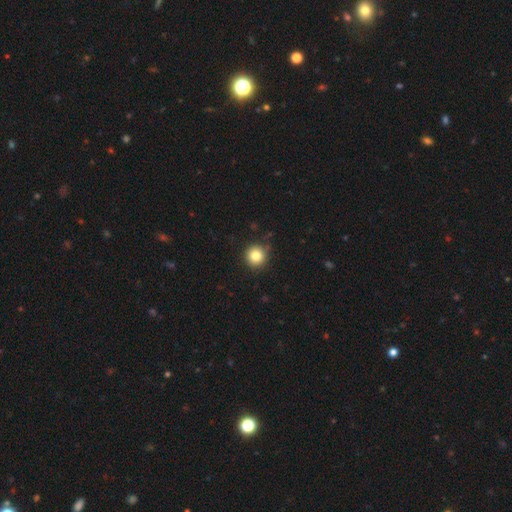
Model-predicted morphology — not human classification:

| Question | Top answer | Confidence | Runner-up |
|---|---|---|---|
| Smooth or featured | smooth | 83% | star or artifact (11%) |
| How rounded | round | 95% | in between (4%) |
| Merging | none | 87% | minor disturbance (9%) |